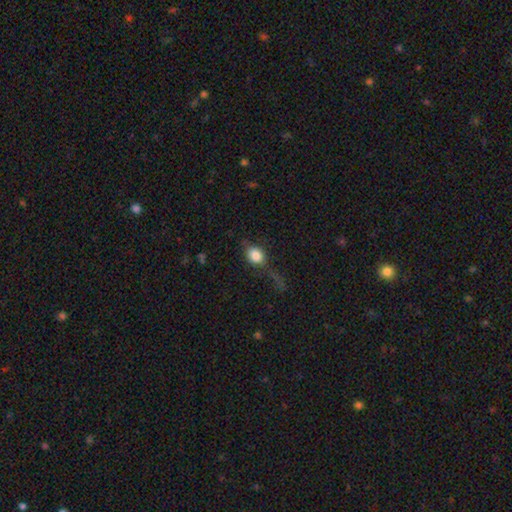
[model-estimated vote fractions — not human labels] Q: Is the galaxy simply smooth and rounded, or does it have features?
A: smooth — 82%.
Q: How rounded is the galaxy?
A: in between — 64%.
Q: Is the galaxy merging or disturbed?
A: none — 48%.